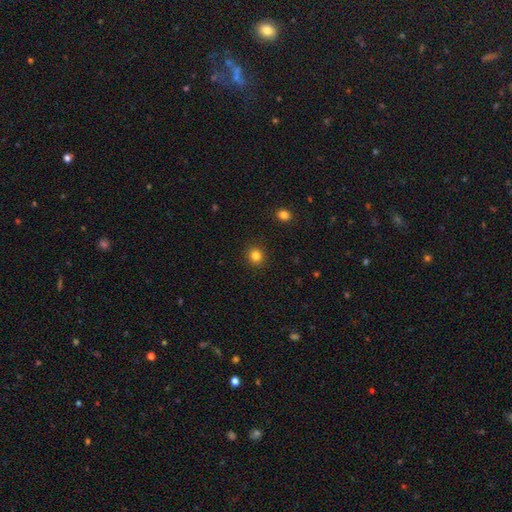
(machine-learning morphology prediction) Q: Smooth or featured?
A: smooth (83%); runner-up: star or artifact (12%)
Q: How rounded?
A: round (84%); runner-up: in between (15%)
Q: Merging?
A: none (92%); runner-up: minor disturbance (5%)